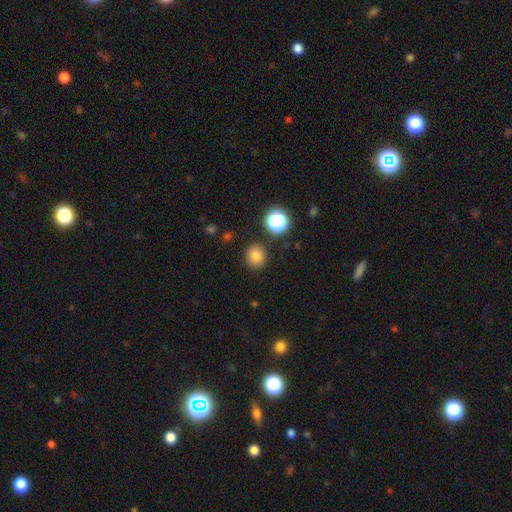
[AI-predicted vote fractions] A smooth galaxy with no disk features (80%) that is round (84%).

Vote fractions:
- Smooth or featured? smooth: 80% / star or artifact: 14% / featured or disk: 6%
- How rounded? round: 84% / in between: 15% / cigar-shaped: 1%
- Merging? none: 88% / minor disturbance: 7% / merger: 2% / major disturbance: 2%